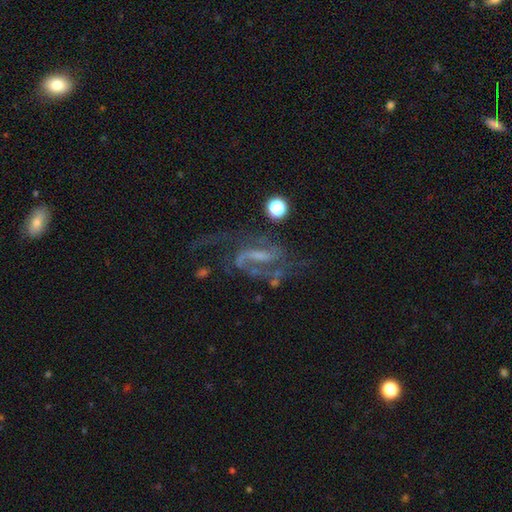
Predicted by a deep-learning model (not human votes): Smooth or featured? featured or disk (82%)
Edge-on disk? no (95%)
Bar? weak (43%)
Spiral arms? yes (92%)
Spiral winding? medium (45%)
Spiral arm count? 2 (78%)
Bulge size? small (41%)
Merging? none (49%)